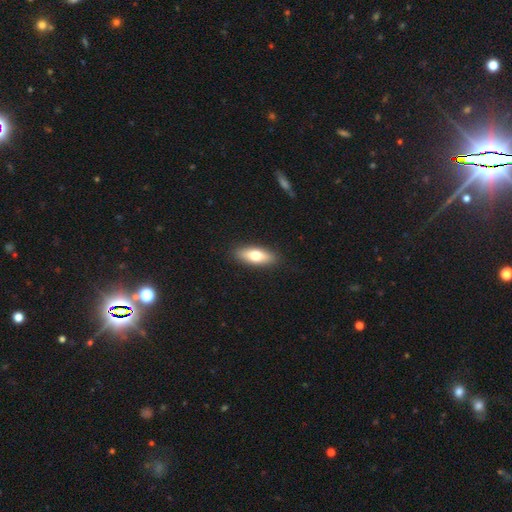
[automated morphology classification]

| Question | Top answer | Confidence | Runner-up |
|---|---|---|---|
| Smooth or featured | smooth | 72% | featured or disk (22%) |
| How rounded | in between | 70% | cigar-shaped (27%) |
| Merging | none | 89% | minor disturbance (8%) |